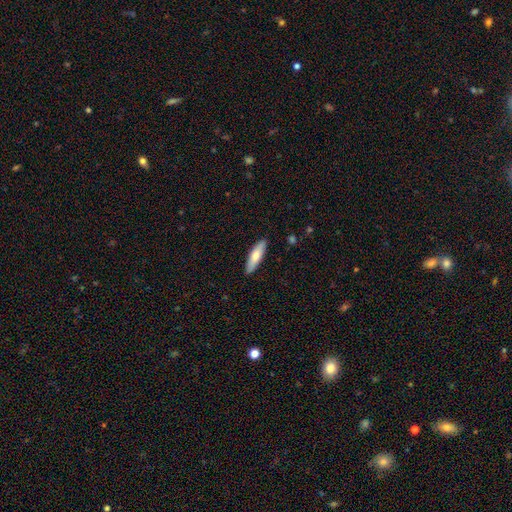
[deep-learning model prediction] Overall: smooth (69%). How rounded: cigar-shaped (60%; in between 38%). Merging: none (89%).